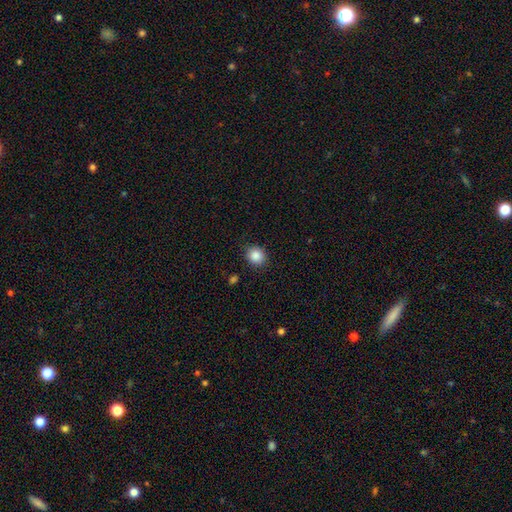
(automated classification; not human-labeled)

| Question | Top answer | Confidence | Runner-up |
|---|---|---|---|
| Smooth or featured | smooth | 87% | star or artifact (9%) |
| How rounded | round | 79% | in between (20%) |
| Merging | none | 87% | minor disturbance (9%) |